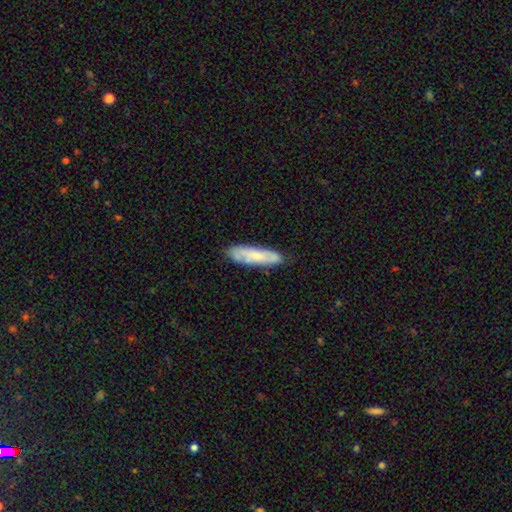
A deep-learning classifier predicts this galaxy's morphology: smooth-or-featured: smooth: 60% | featured or disk: 34% | star or artifact: 6%
  how-rounded: cigar-shaped: 69% | in between: 29% | round: 2%
  merging: none: 77% | minor disturbance: 17% | major disturbance: 3% | merger: 2%